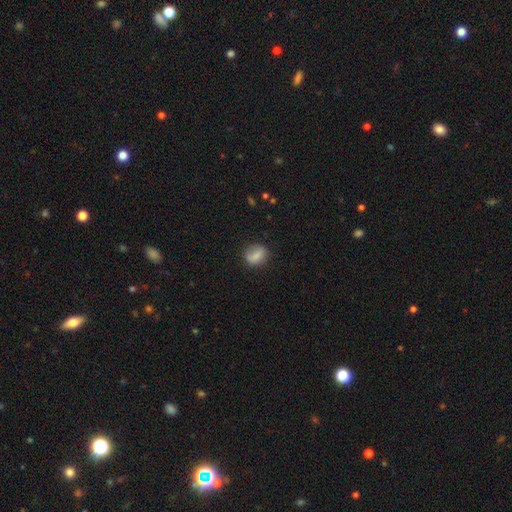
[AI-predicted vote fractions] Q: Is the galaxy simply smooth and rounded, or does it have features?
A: smooth — 74%.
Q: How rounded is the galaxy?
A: round — 59%.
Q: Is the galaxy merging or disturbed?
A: none — 71%.